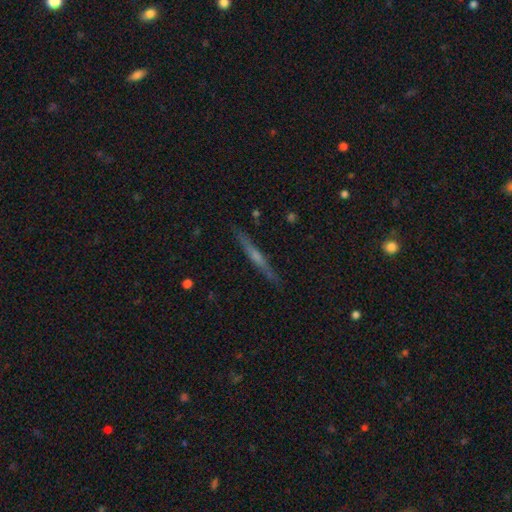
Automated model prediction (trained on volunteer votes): smooth-or-featured: featured or disk: 67% | smooth: 26% | star or artifact: 7%
  disk-edge-on: yes: 97% | no: 3%
    edge-on-bulge: rounded: 52% | none: 37% | boxy: 11%
  merging: none: 89% | minor disturbance: 8% | major disturbance: 2% | merger: 1%